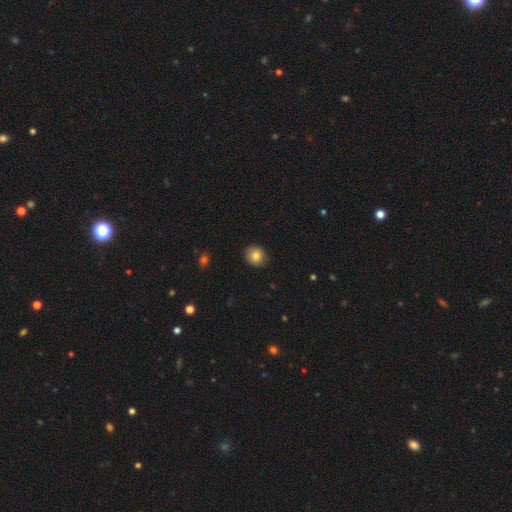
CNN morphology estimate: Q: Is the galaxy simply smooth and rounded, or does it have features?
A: smooth — 82%.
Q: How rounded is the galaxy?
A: round — 80%.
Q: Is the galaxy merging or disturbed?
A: none — 89%.